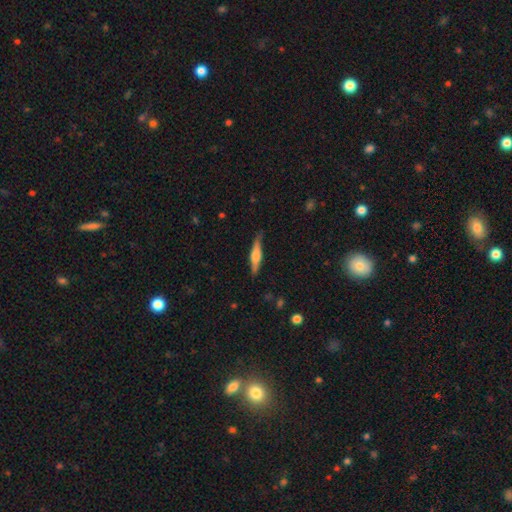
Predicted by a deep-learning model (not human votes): A featured or disk galaxy (51%) viewed edge-on (93%).

Vote fractions:
- Smooth or featured? featured or disk: 51% / smooth: 43% / star or artifact: 6%
- Edge-on disk? yes: 93% / no: 7%
- Merging? none: 79% / minor disturbance: 16% / major disturbance: 3% / merger: 1%